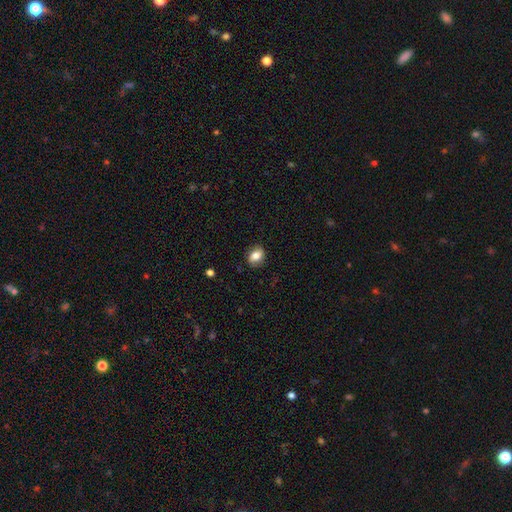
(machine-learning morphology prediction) A smooth galaxy with no disk features (72%) that is in between round and cigar-shaped (63%).

Vote fractions:
- Smooth or featured? smooth: 72% / featured or disk: 19% / star or artifact: 9%
- How rounded? in between: 63% / round: 36% / cigar-shaped: 1%
- Merging? none: 82% / minor disturbance: 13% / major disturbance: 3% / merger: 1%